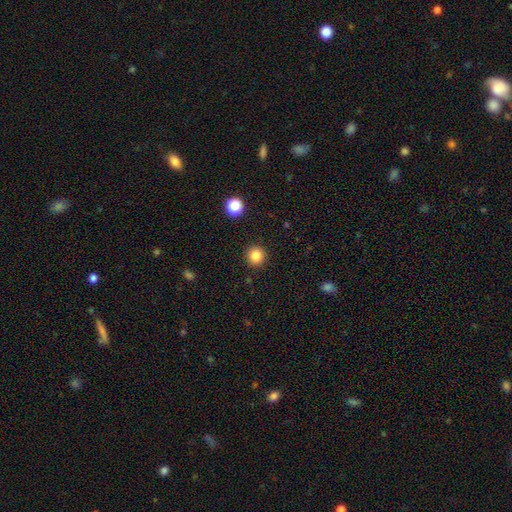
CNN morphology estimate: Smooth or featured? smooth (83%)
How rounded? round (94%)
Merging? none (92%)